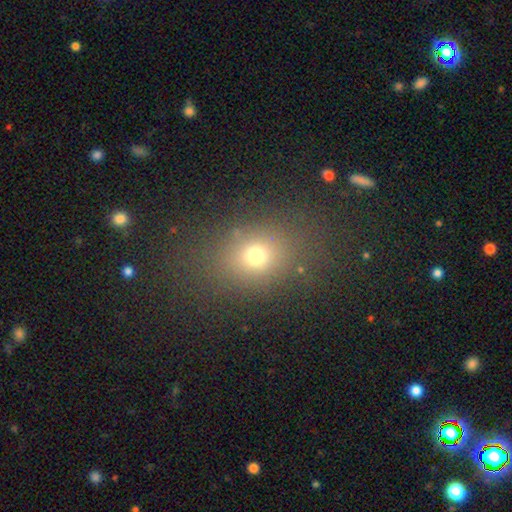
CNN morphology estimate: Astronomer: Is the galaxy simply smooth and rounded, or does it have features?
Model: smooth — 70%.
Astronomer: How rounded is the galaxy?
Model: in between — 52% (runner-up: round, 46%).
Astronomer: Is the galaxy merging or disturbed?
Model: none — 77%.